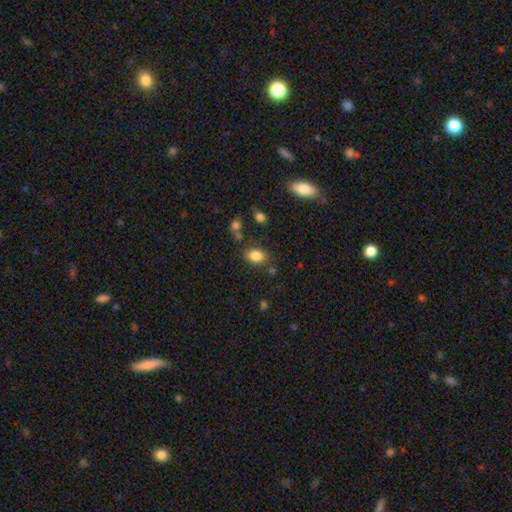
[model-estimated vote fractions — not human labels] Smooth or featured? Predicted: smooth (p=0.84). How rounded? Predicted: in between (p=0.83). Merging? Predicted: none (p=0.76).